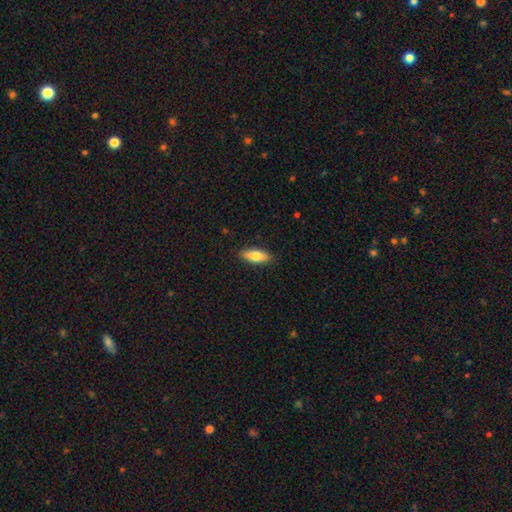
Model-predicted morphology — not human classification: This is likely a smooth galaxy (77%). How rounded: likely in between (77%). Merging: clearly none (89%).